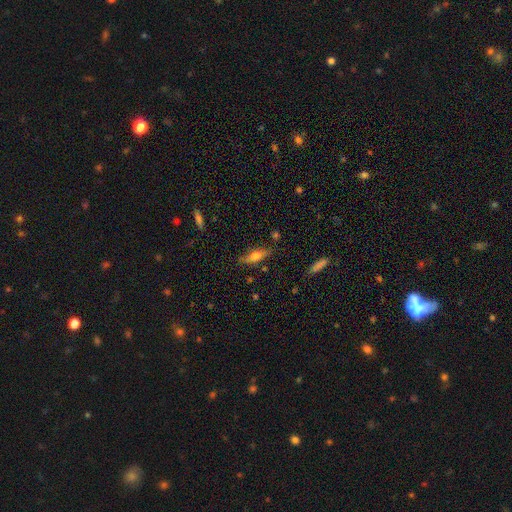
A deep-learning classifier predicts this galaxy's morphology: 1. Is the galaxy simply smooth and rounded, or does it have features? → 53% smooth, 39% featured or disk, 8% star or artifact.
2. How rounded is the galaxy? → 52% cigar-shaped, 45% in between, 3% round.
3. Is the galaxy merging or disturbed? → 78% none, 15% minor disturbance, 4% major disturbance, 3% merger.